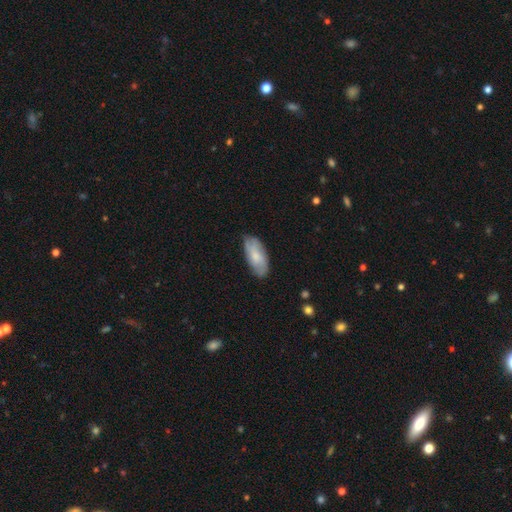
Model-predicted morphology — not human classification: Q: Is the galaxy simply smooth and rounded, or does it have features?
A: smooth — 66%.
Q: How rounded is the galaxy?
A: in between — 89%.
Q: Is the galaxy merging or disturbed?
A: none — 73%.